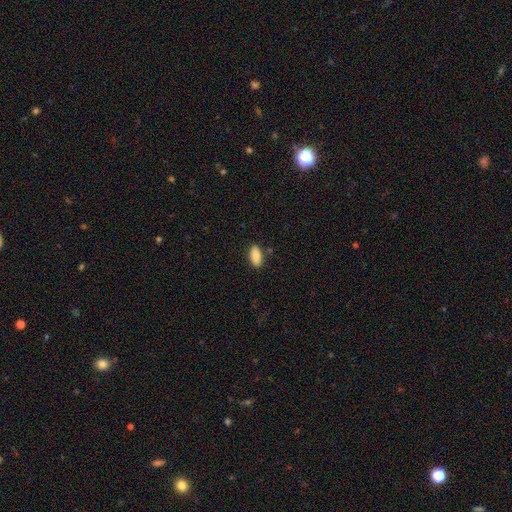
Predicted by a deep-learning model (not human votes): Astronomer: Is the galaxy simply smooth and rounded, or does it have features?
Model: smooth — 89%.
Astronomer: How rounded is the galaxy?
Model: in between — 90%.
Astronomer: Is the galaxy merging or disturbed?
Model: none — 85%.